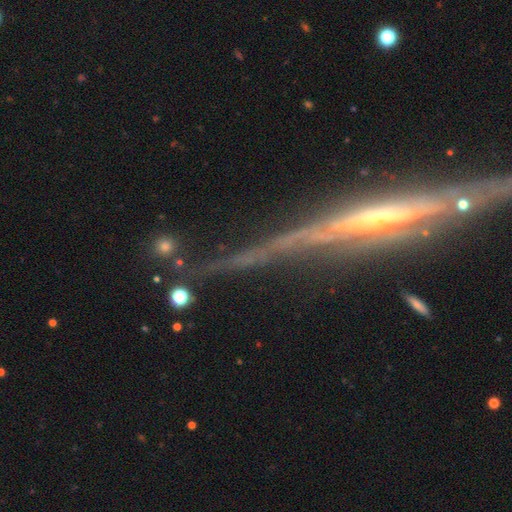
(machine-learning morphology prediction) A featured or disk galaxy (64%) viewed edge-on (79%) with no central bulge (43%). Merging: none (54%).